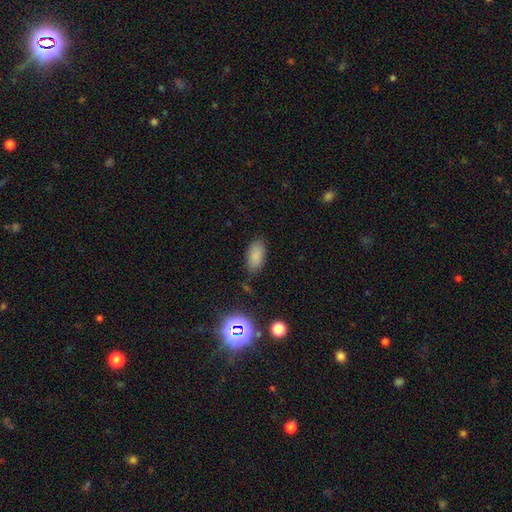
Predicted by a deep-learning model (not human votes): This is clearly a smooth galaxy (83%). How rounded: clearly in between (93%). Merging: clearly none (80%).